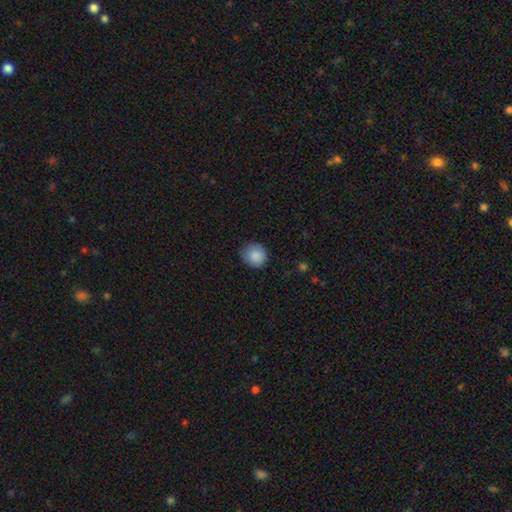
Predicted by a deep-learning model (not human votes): Morphology: type=smooth (89%); roundness=round (88%); merging=none (83%).